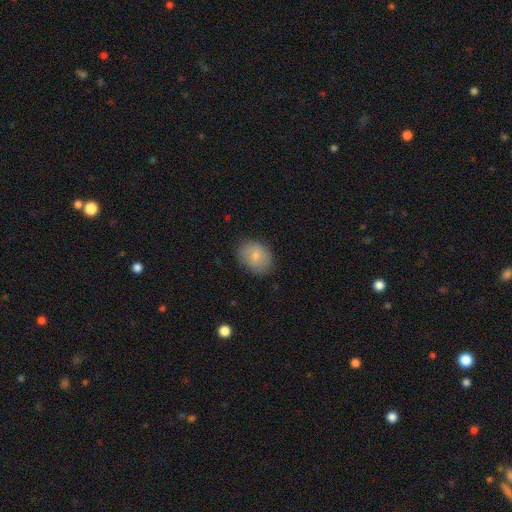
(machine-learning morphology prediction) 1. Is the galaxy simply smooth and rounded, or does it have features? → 78% smooth, 15% featured or disk, 7% star or artifact.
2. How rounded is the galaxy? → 64% in between, 35% round, 1% cigar-shaped.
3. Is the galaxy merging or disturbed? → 81% none, 14% minor disturbance, 3% major disturbance, 1% merger.